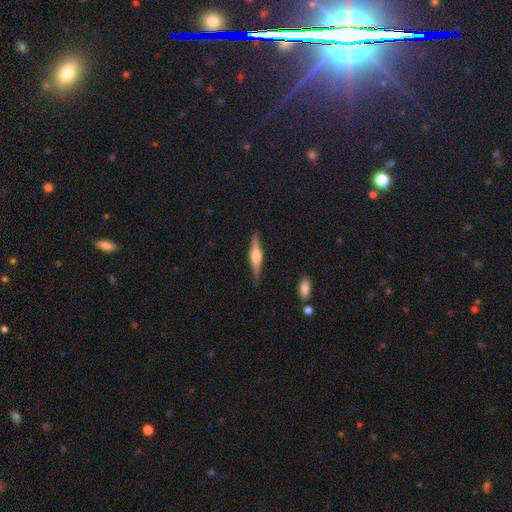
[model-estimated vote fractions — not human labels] Smooth or featured?
  - featured or disk: 75% *
  - smooth: 20%
  - star or artifact: 5%
Edge-on disk?
  - yes: 98% *
  - no: 2%
Edge-on bulge?
  - rounded: 84% *
  - boxy: 13%
  - none: 3%
Merging?
  - none: 87% *
  - minor disturbance: 9%
  - major disturbance: 2%
  - merger: 1%